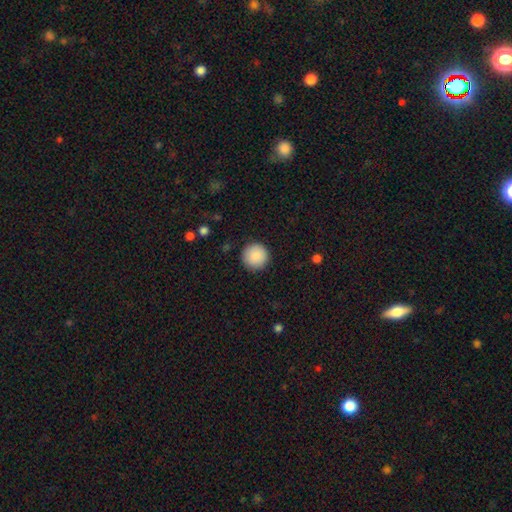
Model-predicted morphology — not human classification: A smooth galaxy with no disk features (89%) that is round (96%). Merging: none (92%).